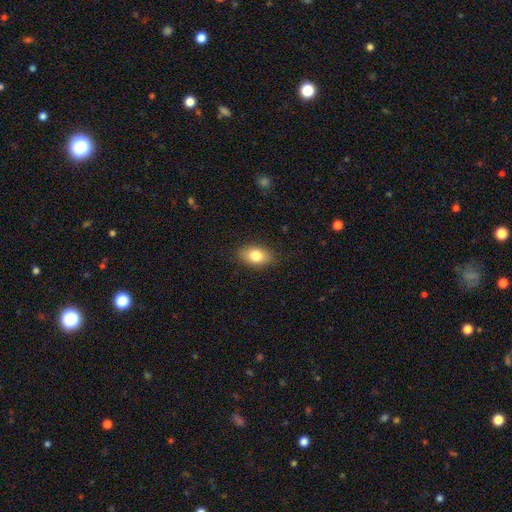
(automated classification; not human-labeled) smooth_or_featured: smooth (p=0.80) [alt: featured or disk p=0.12]
how_rounded: in between (p=0.86) [alt: round p=0.12]
merging: none (p=0.86) [alt: minor disturbance p=0.11]